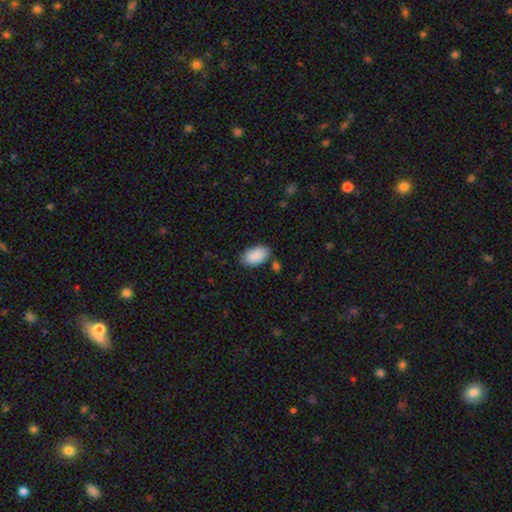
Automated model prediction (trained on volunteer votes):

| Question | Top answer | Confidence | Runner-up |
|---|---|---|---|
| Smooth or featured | smooth | 90% | star or artifact (6%) |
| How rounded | in between | 95% | round (4%) |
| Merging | none | 80% | minor disturbance (13%) |